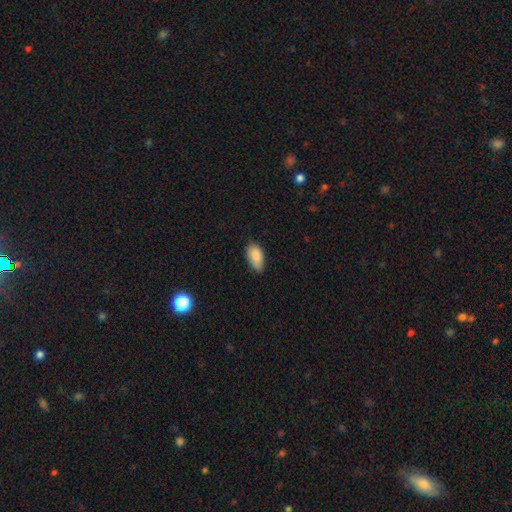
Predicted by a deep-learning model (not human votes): Overall: smooth (88%). How rounded: in between (93%). Merging: none (65%; minor disturbance 30%).